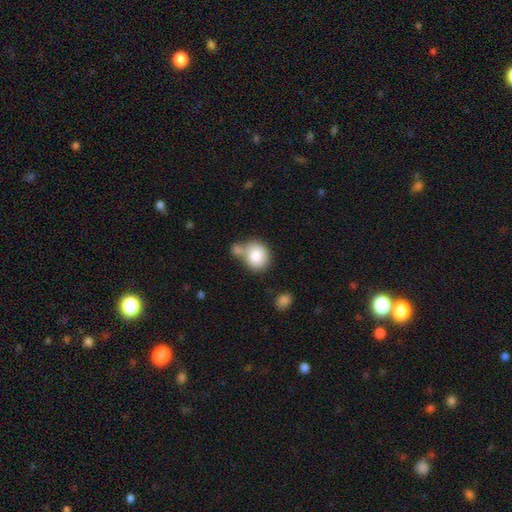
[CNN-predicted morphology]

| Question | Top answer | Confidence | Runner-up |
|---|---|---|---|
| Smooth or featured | smooth | 82% | featured or disk (11%) |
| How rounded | round | 76% | in between (23%) |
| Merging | none | 45% | merger (37%) |